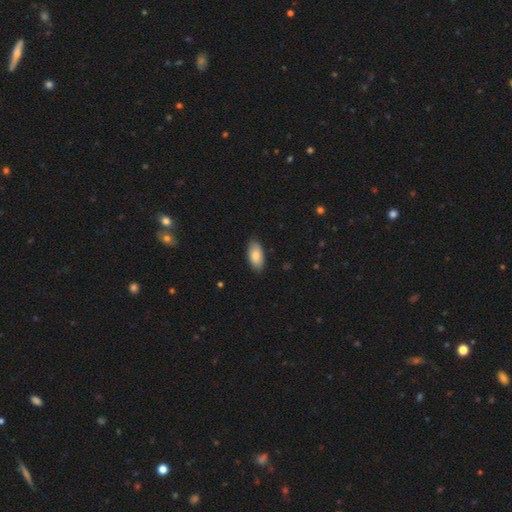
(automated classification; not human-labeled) The model was most divided on "smooth or featured": smooth: 81%, featured or disk: 13%, star or artifact: 6%. More confident: how rounded — in between (94%); merging — none (85%).